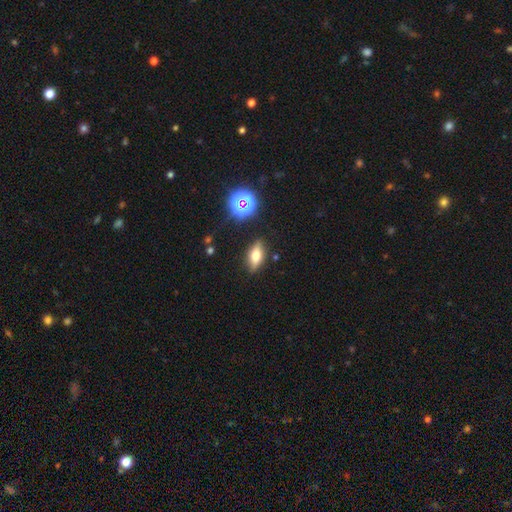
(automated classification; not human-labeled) This appears to be a smooth galaxy with no disk features (54%) that is in between round and cigar-shaped (72%). Merging: none (85%).